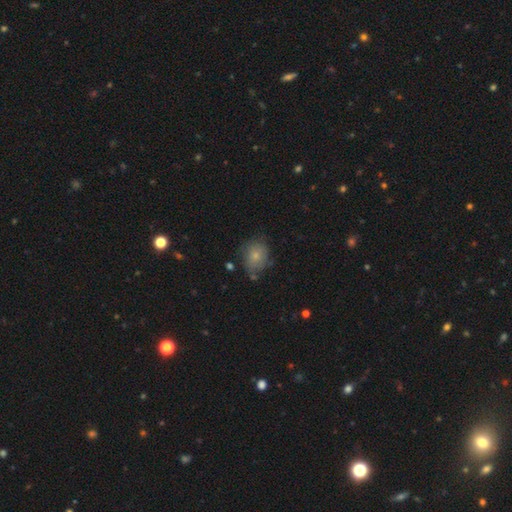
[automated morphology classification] type=smooth (76%); roundness=round (55%); merging=none (65%).